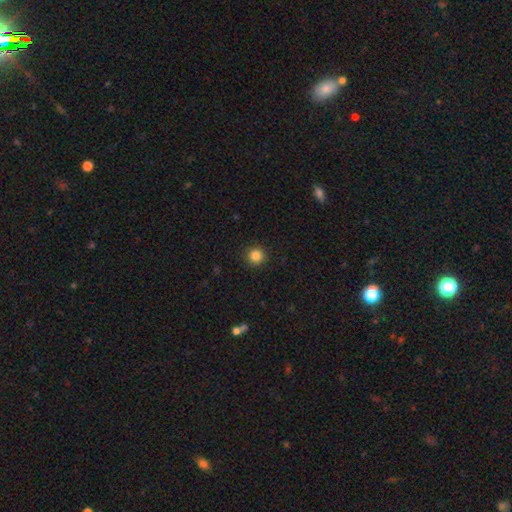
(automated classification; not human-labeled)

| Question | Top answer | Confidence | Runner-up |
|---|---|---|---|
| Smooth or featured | smooth | 85% | star or artifact (11%) |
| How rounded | round | 94% | in between (5%) |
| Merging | none | 92% | minor disturbance (5%) |